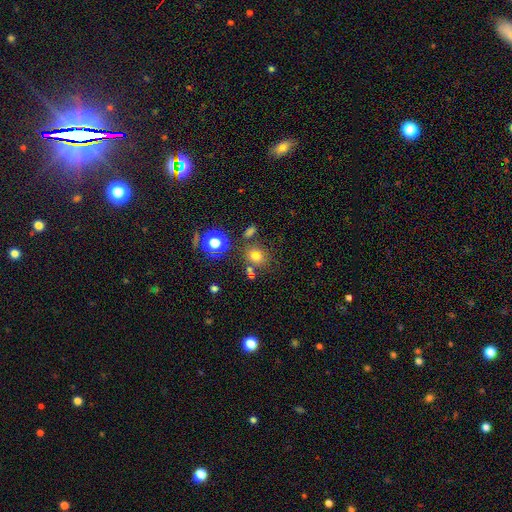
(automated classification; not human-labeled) This appears to be a smooth galaxy with no disk features (69%) that is round (63%). Merging: none (68%).